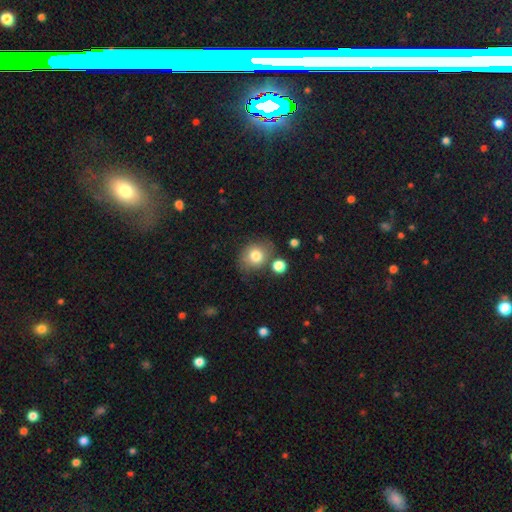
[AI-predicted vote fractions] A smooth galaxy with no disk features (78%) that is round (61%). Merging: none (67%).